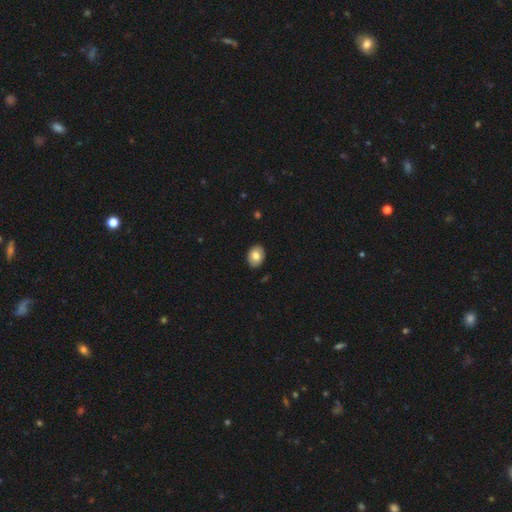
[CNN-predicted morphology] smooth 79%, featured or disk 14%, star or artifact 7%. Down the decision tree: how rounded — in between (77%); merging — none (88%).